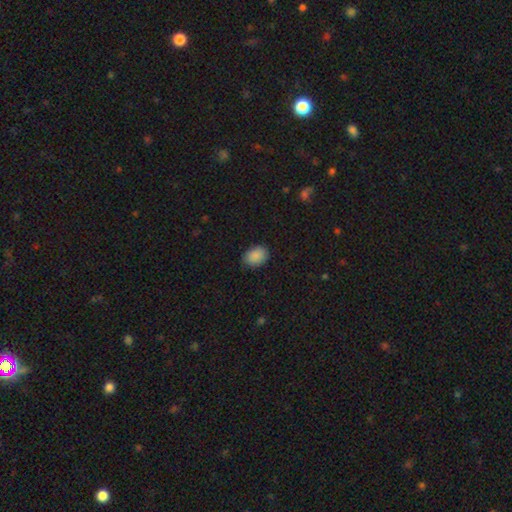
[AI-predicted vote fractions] Smooth or featured: smooth — 89% (star or artifact — 8%)
How rounded: in between — 77% (round — 22%)
Merging: none — 84% (minor disturbance — 12%)